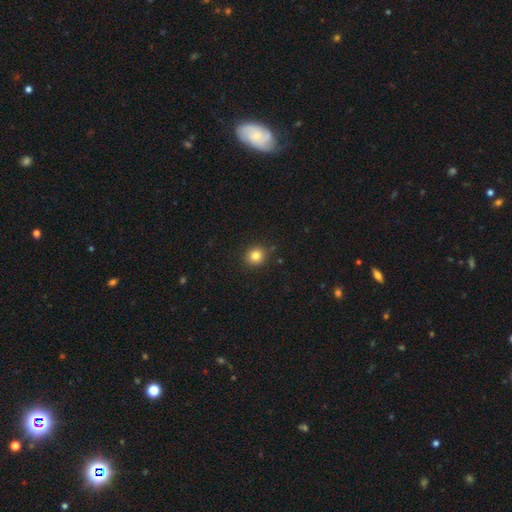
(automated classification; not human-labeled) Q: Smooth or featured?
A: smooth (82%); runner-up: star or artifact (12%)
Q: How rounded?
A: round (86%); runner-up: in between (13%)
Q: Merging?
A: none (89%); runner-up: minor disturbance (7%)